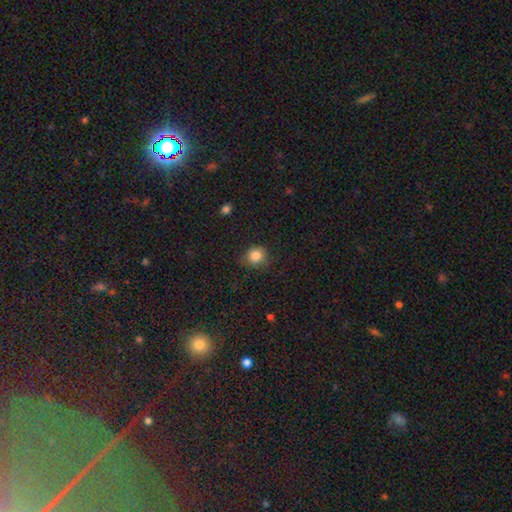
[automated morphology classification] Q: Smooth or featured?
A: smooth (84%); runner-up: star or artifact (11%)
Q: How rounded?
A: round (86%); runner-up: in between (13%)
Q: Merging?
A: none (80%); runner-up: minor disturbance (14%)